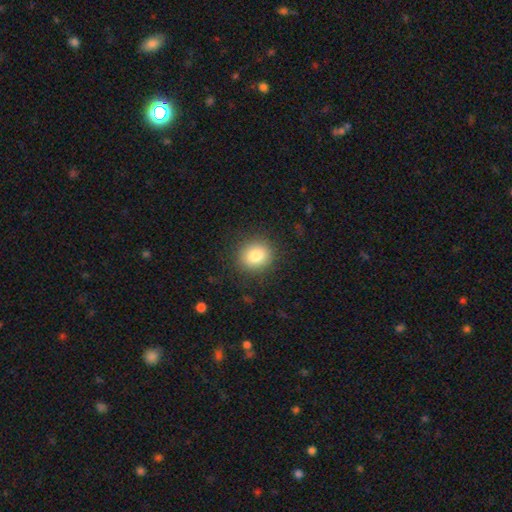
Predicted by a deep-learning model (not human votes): This is clearly a smooth galaxy (82%). How rounded: clearly round (80%). Merging: clearly none (88%).